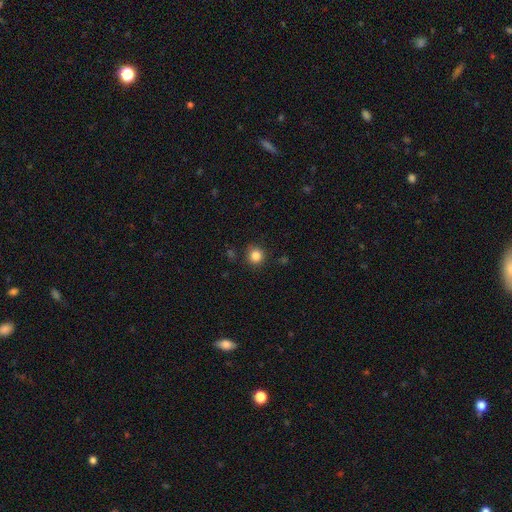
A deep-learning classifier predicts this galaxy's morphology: A smooth galaxy with no disk features (84%) that is round (91%). Merging: none (87%).